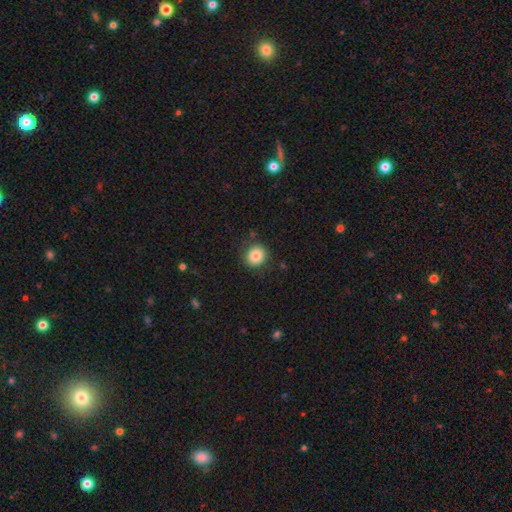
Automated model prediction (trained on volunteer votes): Smooth or featured?
  - smooth: 83% *
  - star or artifact: 10%
  - featured or disk: 8%
How rounded?
  - round: 86% *
  - in between: 13%
  - cigar-shaped: 1%
Merging?
  - none: 84% *
  - minor disturbance: 11%
  - major disturbance: 3%
  - merger: 2%